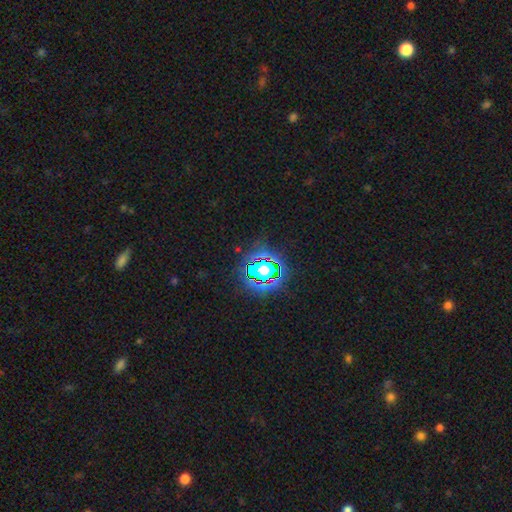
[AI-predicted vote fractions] star or artifact 80%, smooth 13%, featured or disk 7%.